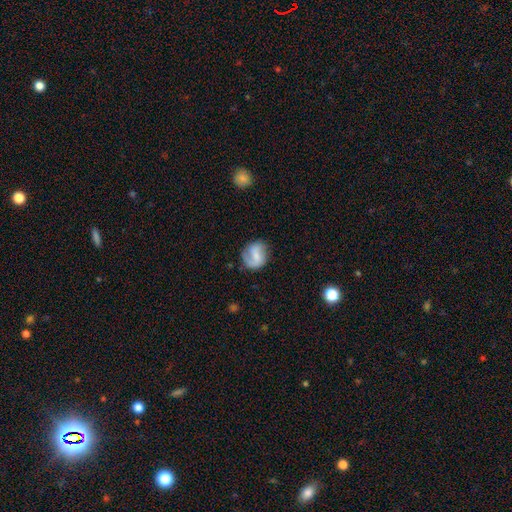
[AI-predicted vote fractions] Overall: featured or disk (54%; smooth 39%). Edge-on disk: no (97%). Bar: weak (48%; no 33%). Spiral arms: yes (85%). Bulge size: small (46%; moderate 29%). Merging: none (68%).